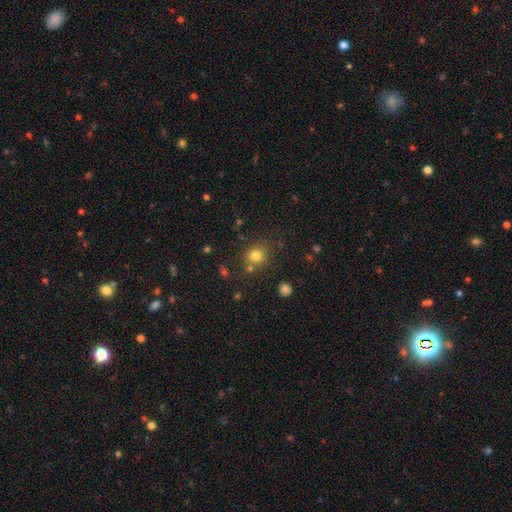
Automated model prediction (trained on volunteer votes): The model was most divided on "smooth or featured": smooth: 78%, star or artifact: 15%, featured or disk: 7%. More confident: how rounded — round (82%); merging — none (76%).